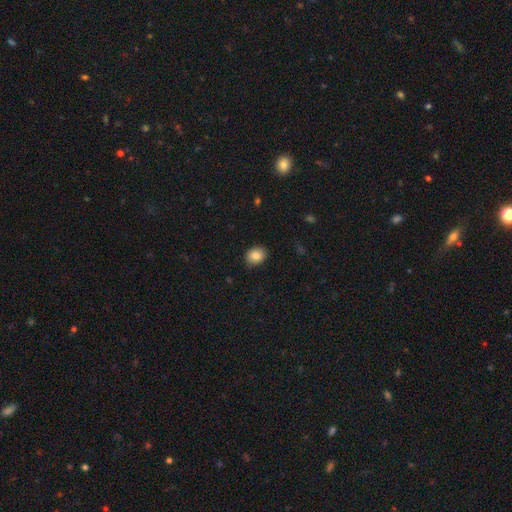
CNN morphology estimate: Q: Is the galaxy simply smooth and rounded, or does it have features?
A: smooth — 84%.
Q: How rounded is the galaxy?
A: in between — 53%.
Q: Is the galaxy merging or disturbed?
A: none — 87%.